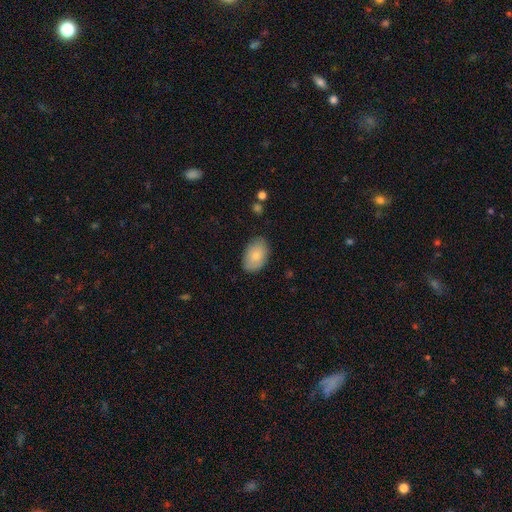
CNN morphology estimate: Smooth or featured? Predicted: smooth (p=0.81). How rounded? Predicted: in between (p=0.90). Merging? Predicted: none (p=0.82).